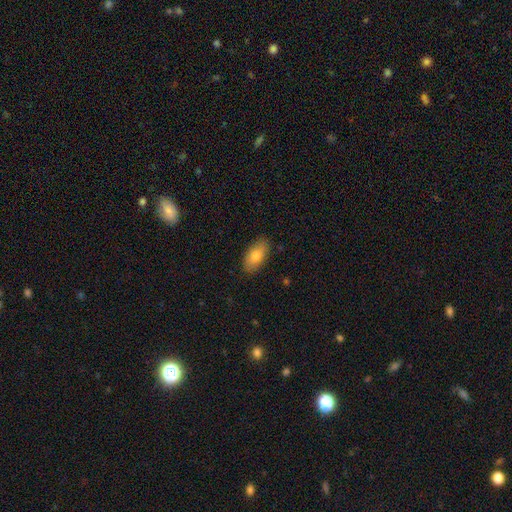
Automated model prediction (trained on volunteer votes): Smooth or featured?
  - smooth: 76% *
  - featured or disk: 18%
  - star or artifact: 6%
How rounded?
  - in between: 92% *
  - cigar-shaped: 4%
  - round: 3%
Merging?
  - none: 86% *
  - minor disturbance: 11%
  - major disturbance: 2%
  - merger: 1%